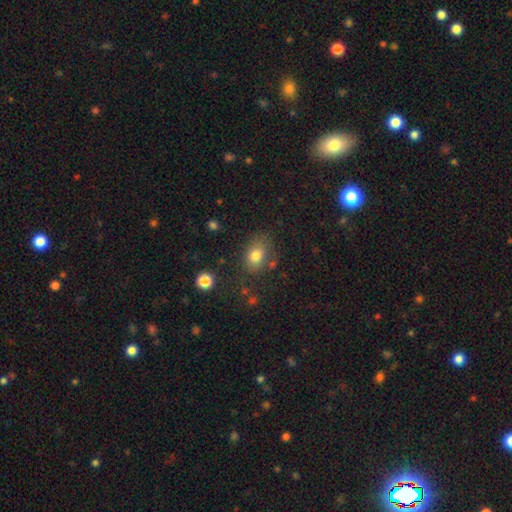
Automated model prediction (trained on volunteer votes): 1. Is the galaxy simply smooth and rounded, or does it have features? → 79% smooth, 11% star or artifact, 10% featured or disk.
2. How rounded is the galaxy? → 72% in between, 26% round, 1% cigar-shaped.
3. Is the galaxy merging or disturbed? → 69% none, 19% minor disturbance, 7% major disturbance, 5% merger.